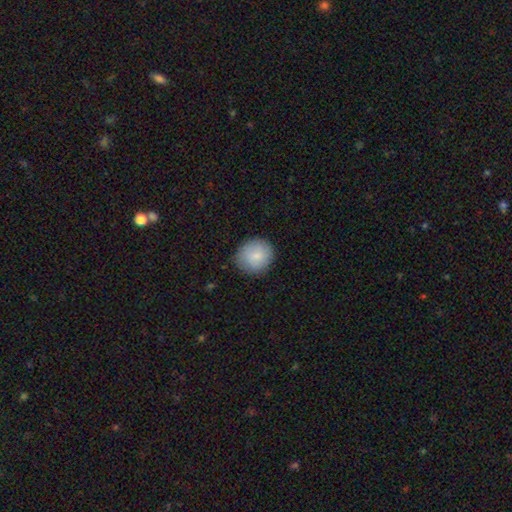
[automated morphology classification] This appears to be a smooth galaxy with no disk features (84%) that is round (87%). Merging: none (83%).